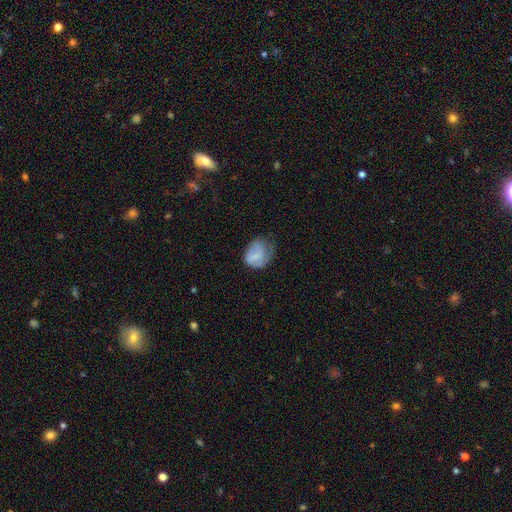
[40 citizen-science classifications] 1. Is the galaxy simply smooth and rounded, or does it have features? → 70% smooth, 20% featured or disk, 10% star or artifact.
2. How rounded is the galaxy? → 61% in between, 39% round, 0% cigar-shaped.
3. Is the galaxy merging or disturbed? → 36% none (tied), 36% minor disturbance (tied), 28% major disturbance, 0% merger.